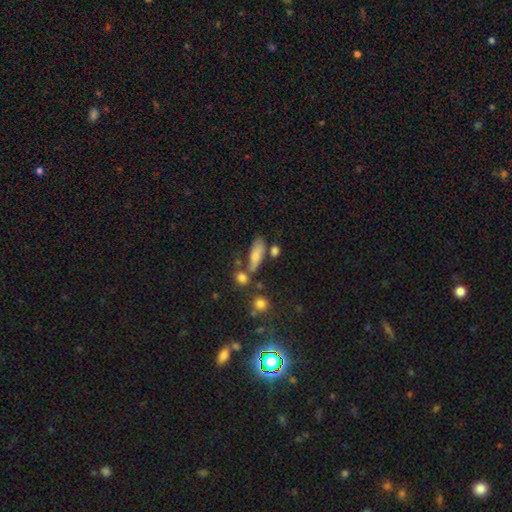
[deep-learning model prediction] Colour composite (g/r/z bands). It shows a smooth galaxy with no disk features (66%) that is in between round and cigar-shaped (54%). Merging: none (56%).